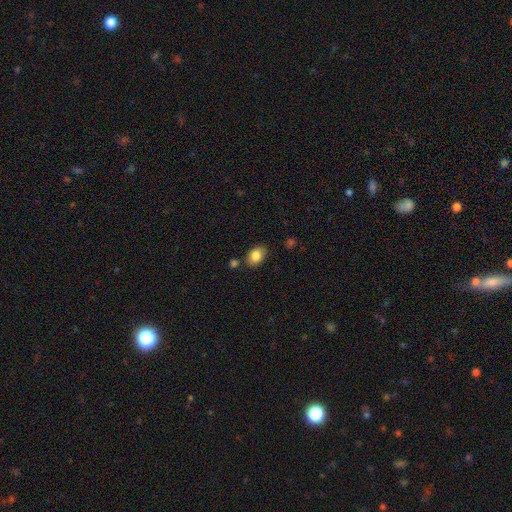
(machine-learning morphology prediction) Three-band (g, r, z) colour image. It shows a smooth galaxy with no disk features (84%) that is in between round and cigar-shaped (80%). Merging: none (80%).